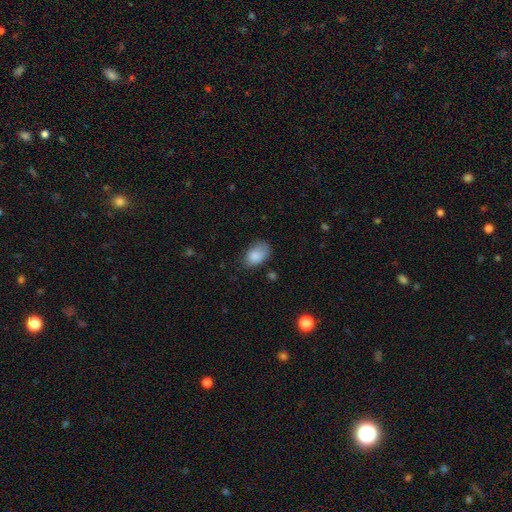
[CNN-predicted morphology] Smooth or featured?
  - smooth: 85% *
  - star or artifact: 8%
  - featured or disk: 7%
How rounded?
  - in between: 88% *
  - round: 11%
  - cigar-shaped: 1%
Merging?
  - none: 60% *
  - minor disturbance: 29%
  - major disturbance: 8%
  - merger: 2%